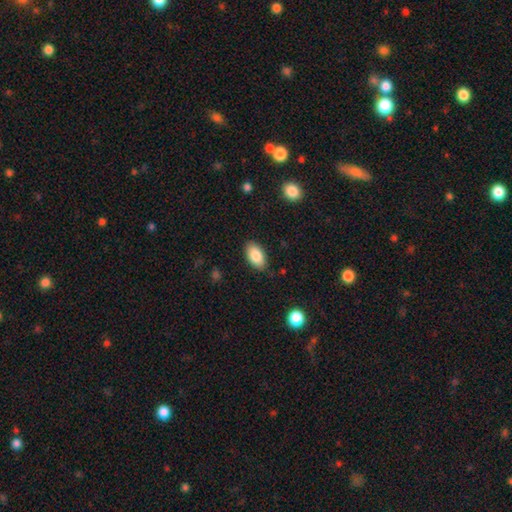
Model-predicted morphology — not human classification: Smooth or featured? smooth (86%)
How rounded? in between (94%)
Merging? none (85%)